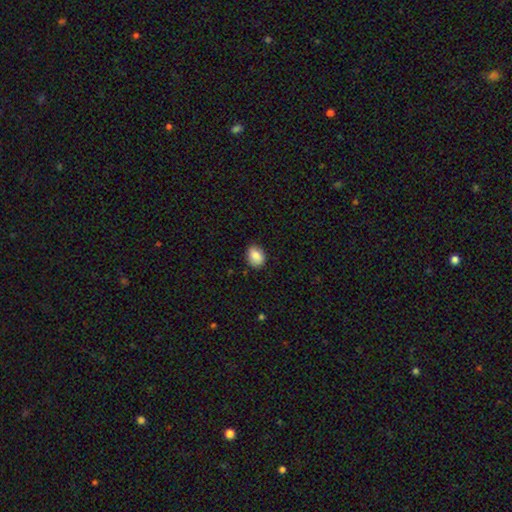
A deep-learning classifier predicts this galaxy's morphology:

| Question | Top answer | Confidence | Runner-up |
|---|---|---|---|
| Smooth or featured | smooth | 85% | star or artifact (8%) |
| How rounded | in between | 56% | round (43%) |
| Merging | none | 83% | minor disturbance (13%) |